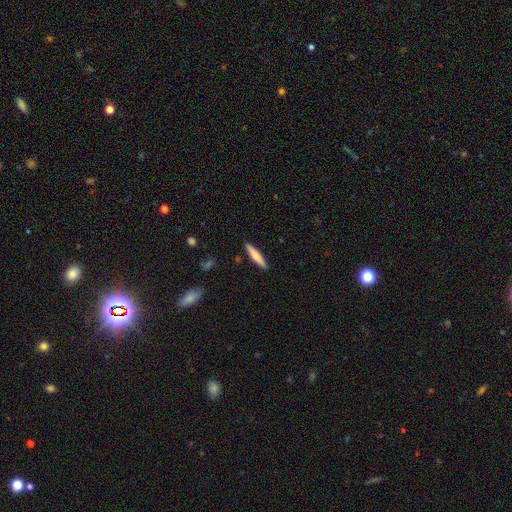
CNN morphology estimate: Smooth or featured: smooth — 60% (featured or disk — 34%)
How rounded: cigar-shaped — 90% (in between — 9%)
Merging: none — 91% (minor disturbance — 6%)